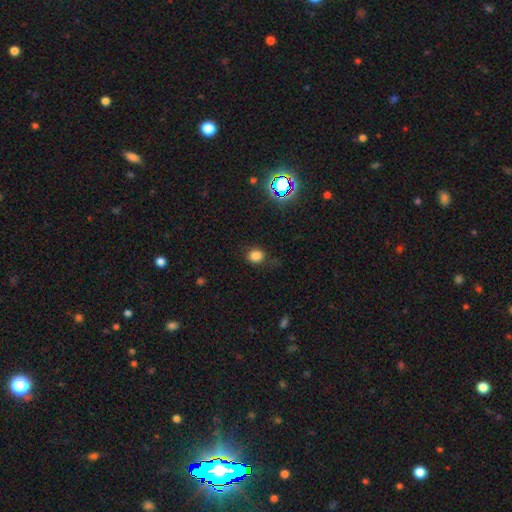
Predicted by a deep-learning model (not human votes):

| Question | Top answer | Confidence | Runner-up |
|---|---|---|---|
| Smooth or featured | smooth | 79% | star or artifact (16%) |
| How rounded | round | 73% | in between (26%) |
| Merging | none | 77% | minor disturbance (16%) |